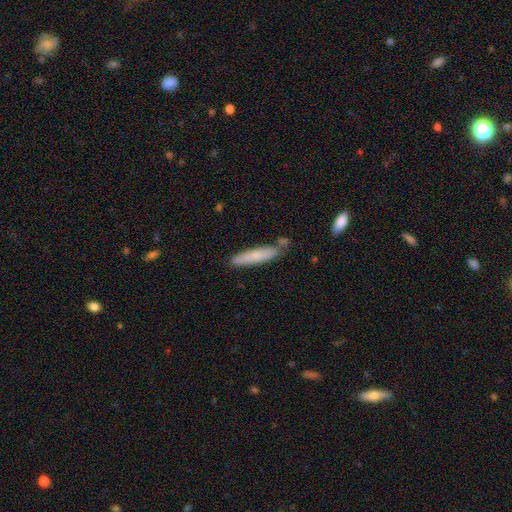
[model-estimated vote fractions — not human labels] This appears to be a smooth galaxy with no disk features (68%) that is cigar-shaped (85%). Merging: none (74%).